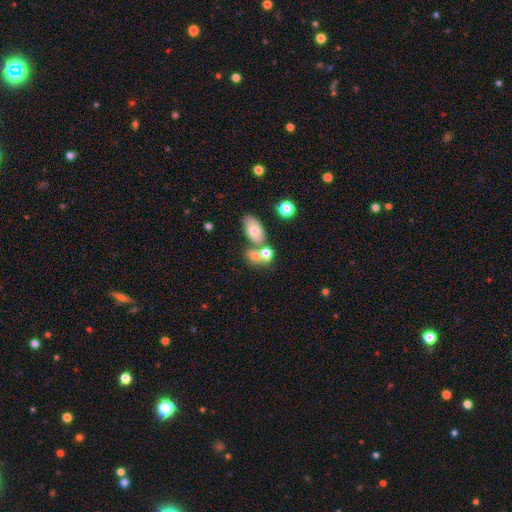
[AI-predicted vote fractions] Overall: smooth (68%). How rounded: in between (70%). Merging: merger (49%; none 35%).